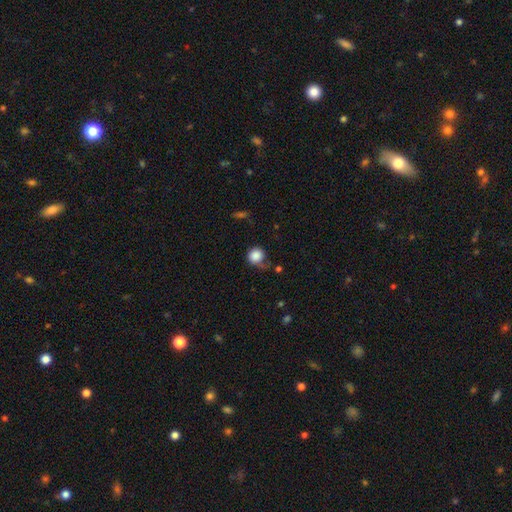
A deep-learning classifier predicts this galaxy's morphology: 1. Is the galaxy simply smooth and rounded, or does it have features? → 85% smooth, 8% star or artifact, 6% featured or disk.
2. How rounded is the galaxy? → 87% round, 12% in between, 1% cigar-shaped.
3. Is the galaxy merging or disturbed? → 47% none, 30% minor disturbance, 17% major disturbance, 5% merger.